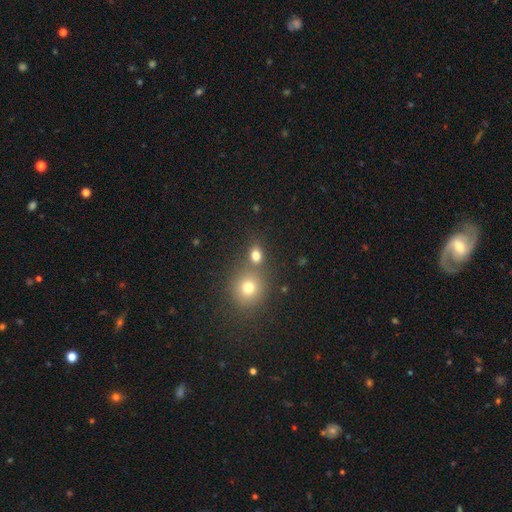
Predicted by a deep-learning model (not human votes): smooth 76%, star or artifact 16%, featured or disk 8%. Down the decision tree: how rounded — round (59%); merging — none (65%).